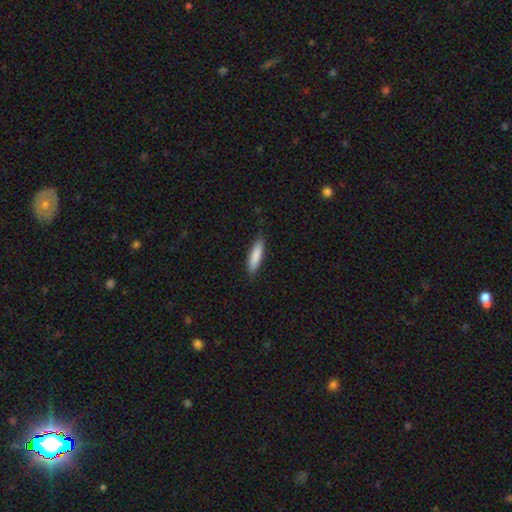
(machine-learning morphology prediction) smooth 86%, featured or disk 8%, star or artifact 6%. Down the decision tree: how rounded — cigar-shaped (66%); merging — none (83%).